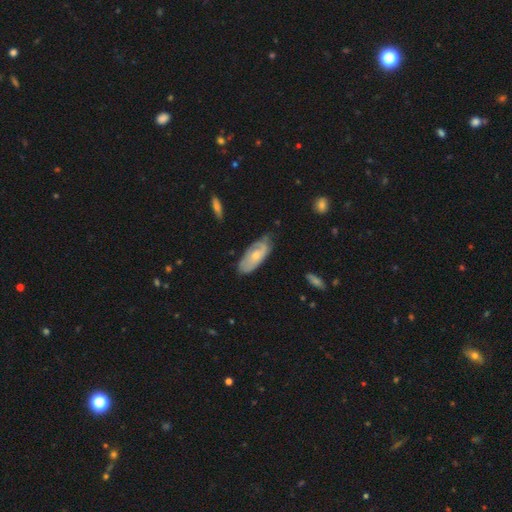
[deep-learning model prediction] This appears to be a featured or disk galaxy (51%). Merging: none (60%).